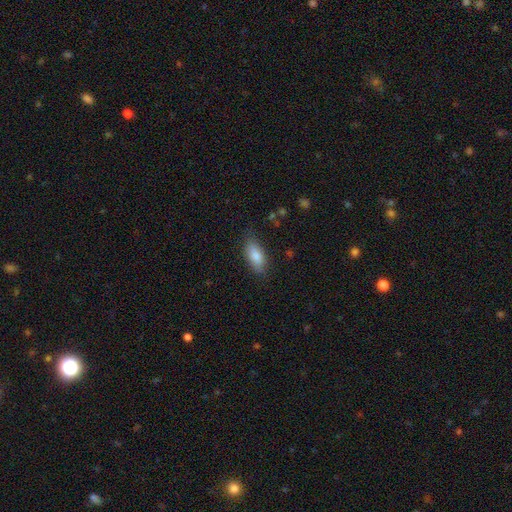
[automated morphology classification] type=smooth (83%); roundness=in between (83%); merging=none (78%).